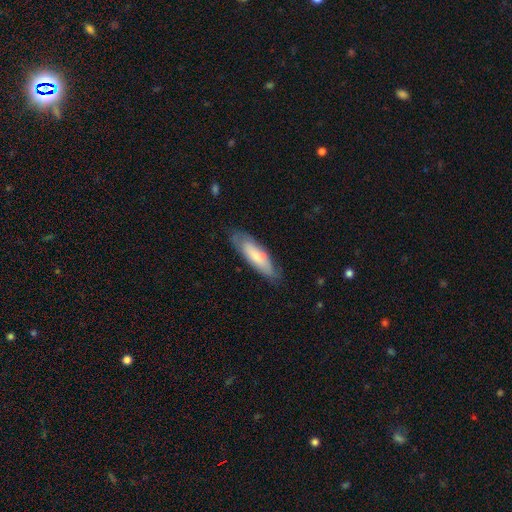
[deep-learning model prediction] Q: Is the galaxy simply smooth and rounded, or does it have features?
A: smooth — 65%.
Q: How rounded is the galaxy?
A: cigar-shaped — 61%.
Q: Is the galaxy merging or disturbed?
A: none — 77%.